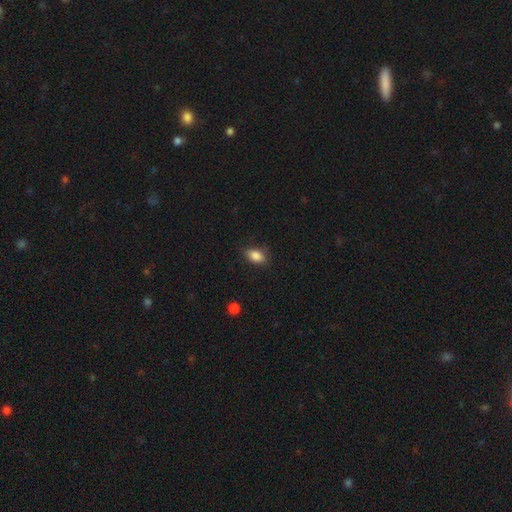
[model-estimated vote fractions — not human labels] Q: Smooth or featured?
A: smooth (86%); runner-up: star or artifact (9%)
Q: How rounded?
A: in between (87%); runner-up: round (11%)
Q: Merging?
A: none (82%); runner-up: minor disturbance (14%)